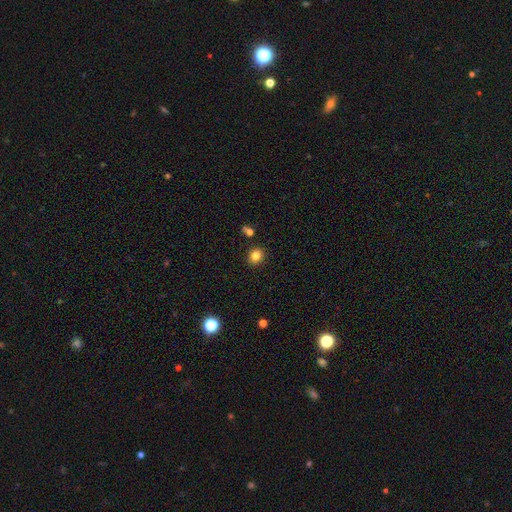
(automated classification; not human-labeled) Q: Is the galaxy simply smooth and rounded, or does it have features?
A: smooth — 82%.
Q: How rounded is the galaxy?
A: round — 73%.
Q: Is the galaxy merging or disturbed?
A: none — 88%.